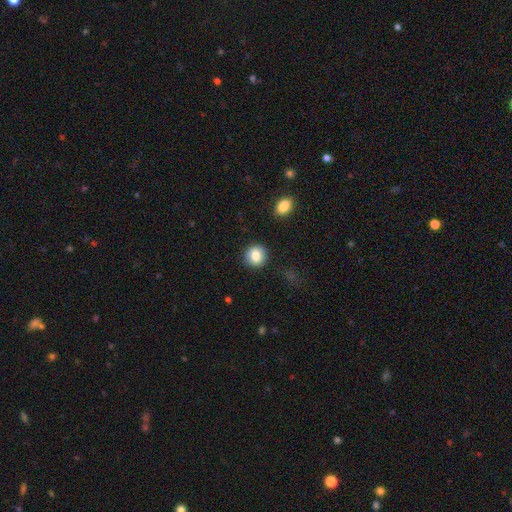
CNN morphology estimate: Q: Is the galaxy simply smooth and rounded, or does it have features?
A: smooth — 81%.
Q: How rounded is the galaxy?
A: round — 83%.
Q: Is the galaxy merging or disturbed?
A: none — 88%.